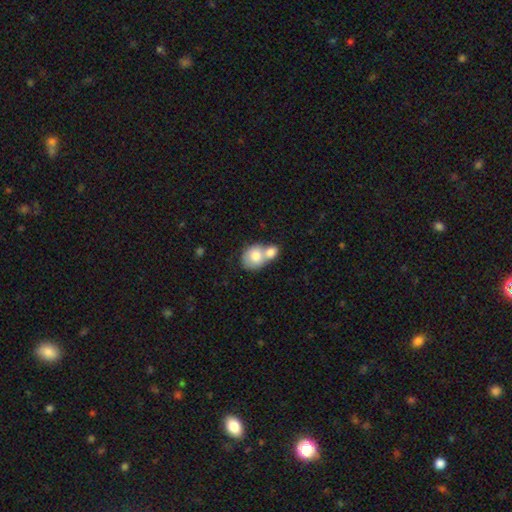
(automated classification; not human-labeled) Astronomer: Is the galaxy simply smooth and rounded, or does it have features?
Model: smooth — 74%.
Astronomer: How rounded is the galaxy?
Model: round — 59% (runner-up: in between, 40%).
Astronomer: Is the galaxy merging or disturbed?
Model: merger — 70%.